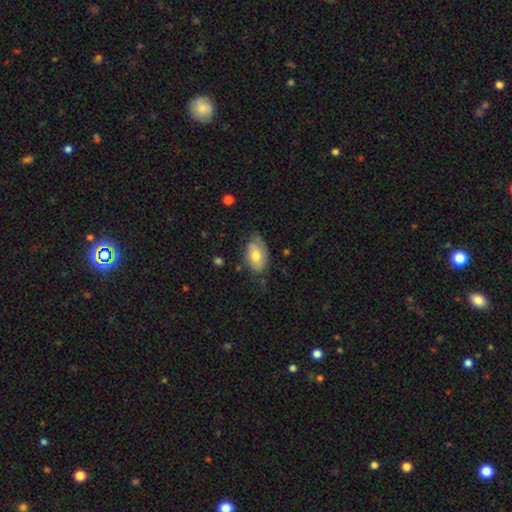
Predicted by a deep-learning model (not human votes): Smooth or featured? Predicted: smooth (p=0.68). How rounded? Predicted: in between (p=0.93). Merging? Predicted: none (p=0.62).